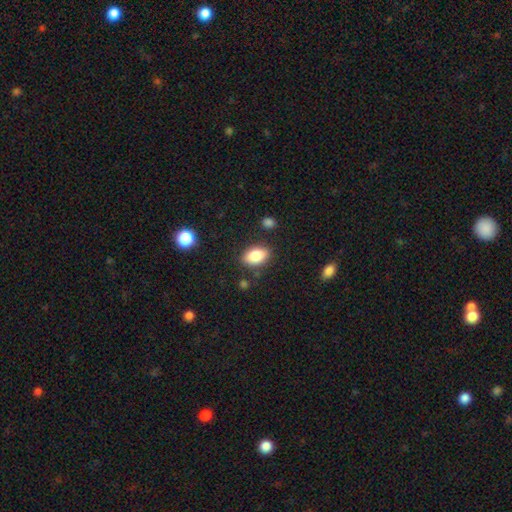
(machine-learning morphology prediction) This appears to be a smooth galaxy with no disk features (85%) that is in between round and cigar-shaped (89%). Merging: none (83%).